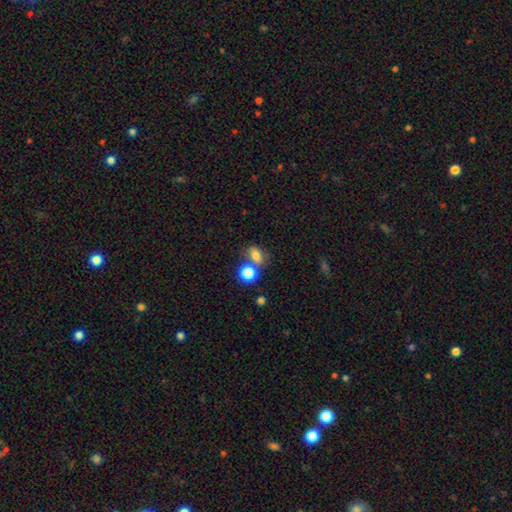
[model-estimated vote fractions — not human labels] This appears to be a smooth galaxy with no disk features (76%) that is in between round and cigar-shaped (63%). Merging: none (51%).